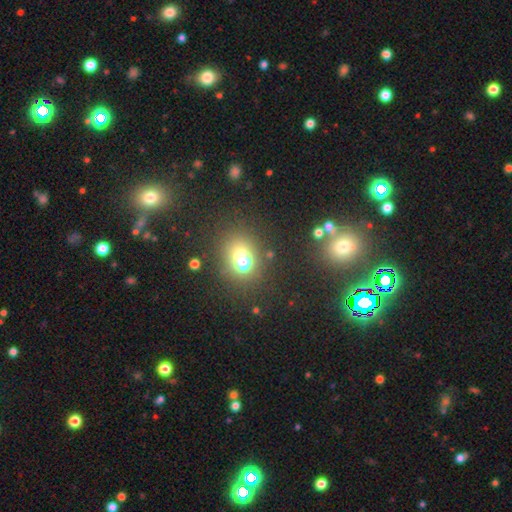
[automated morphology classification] type=smooth (58%); roundness=in between (61%); merging=none (83%).